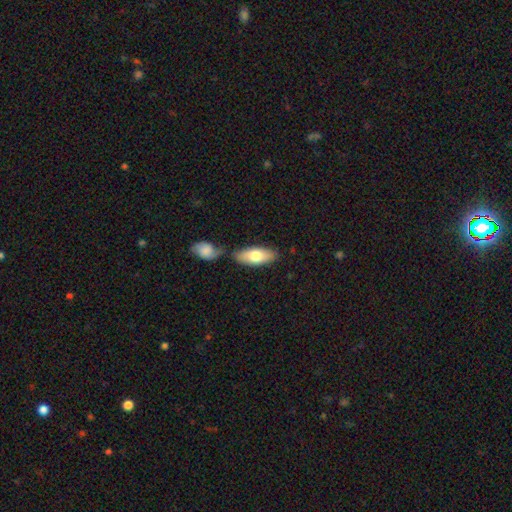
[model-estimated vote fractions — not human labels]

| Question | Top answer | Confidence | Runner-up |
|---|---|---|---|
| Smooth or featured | smooth | 71% | featured or disk (23%) |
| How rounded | in between | 82% | cigar-shaped (15%) |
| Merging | none | 64% | merger (19%) |